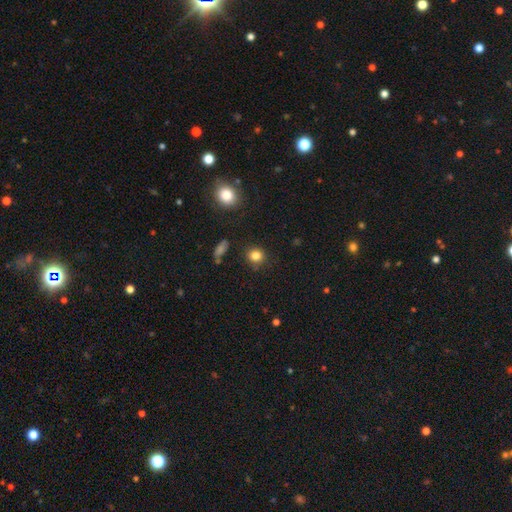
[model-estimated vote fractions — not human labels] smooth 83%, star or artifact 12%, featured or disk 5%. Down the decision tree: how rounded — round (84%); merging — none (84%).